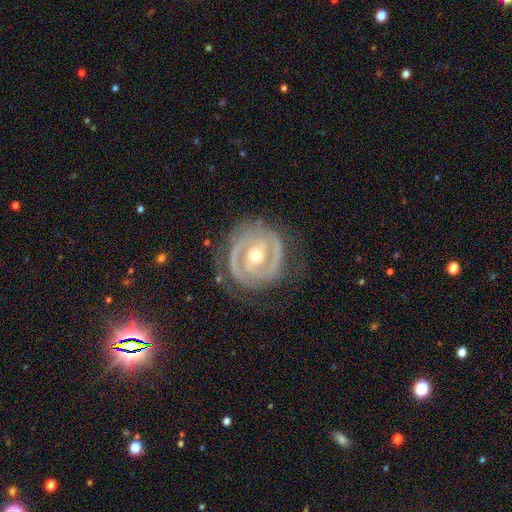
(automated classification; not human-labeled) Overall: featured or disk (89%). Edge-on disk: no (97%). Bar: no (50%; weak 29%). Spiral arms: yes (94%). Spiral arm count: 2 (70%). Spiral winding: tight (71%). Bulge size: moderate (53%; small 44%). Merging: none (76%).